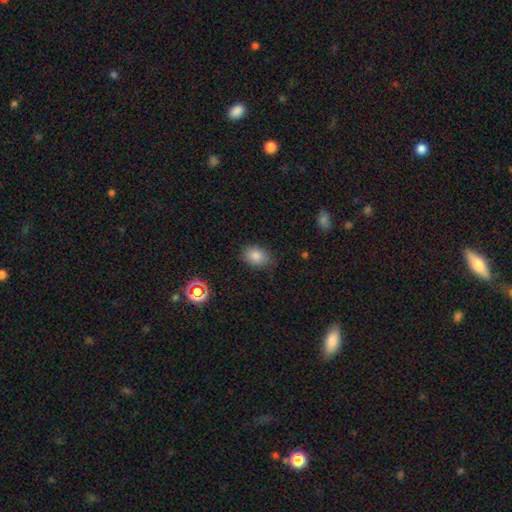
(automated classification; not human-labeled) smooth 84%, star or artifact 10%, featured or disk 6%. Down the decision tree: how rounded — in between (72%); merging — none (78%).